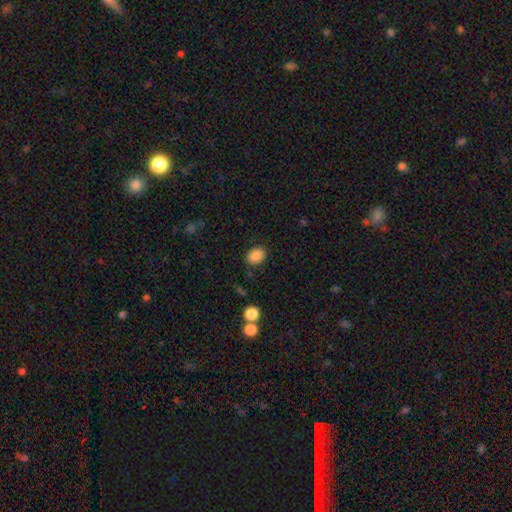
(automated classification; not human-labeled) Overall: smooth (86%). How rounded: in between (70%). Merging: none (84%).